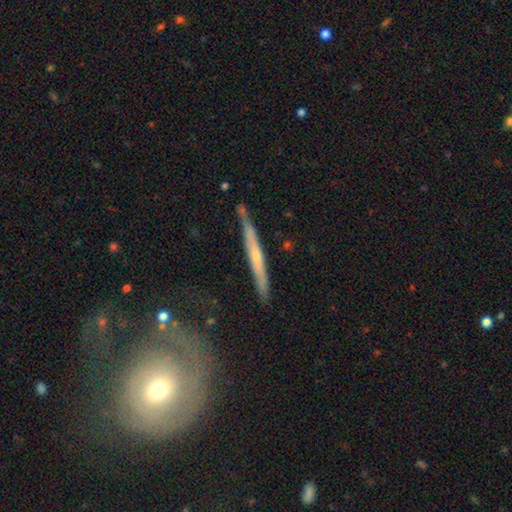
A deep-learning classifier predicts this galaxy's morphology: A featured or disk galaxy (62%) viewed edge-on (94%) with no central bulge (54%).

Vote fractions:
- Smooth or featured? featured or disk: 62% / smooth: 32% / star or artifact: 6%
- Edge-on disk? yes: 94% / no: 6%
- Edge-on bulge? none: 54% / rounded: 42% / boxy: 5%
- Merging? none: 78% / minor disturbance: 16% / merger: 3% / major disturbance: 3%